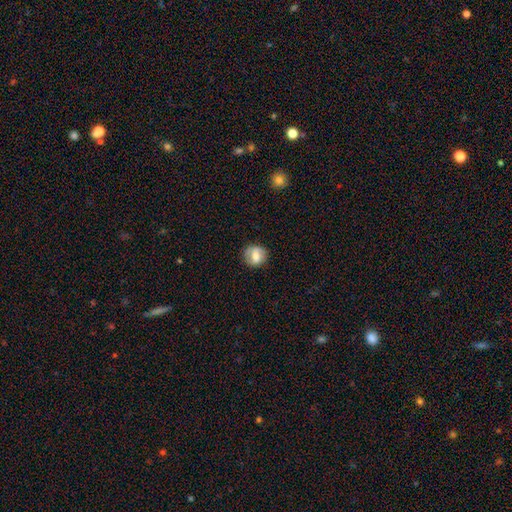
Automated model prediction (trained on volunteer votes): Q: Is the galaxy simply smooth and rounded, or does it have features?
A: smooth — 66%.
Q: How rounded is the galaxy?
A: round — 82%.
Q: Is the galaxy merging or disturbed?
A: none — 81%.